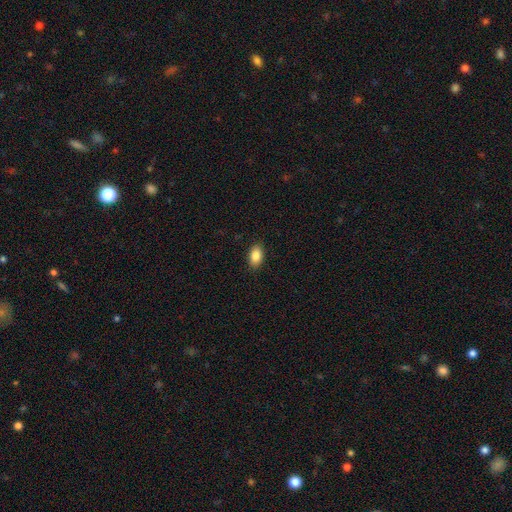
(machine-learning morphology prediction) Smooth or featured? Predicted: smooth (p=0.86). How rounded? Predicted: in between (p=0.90). Merging? Predicted: none (p=0.89).